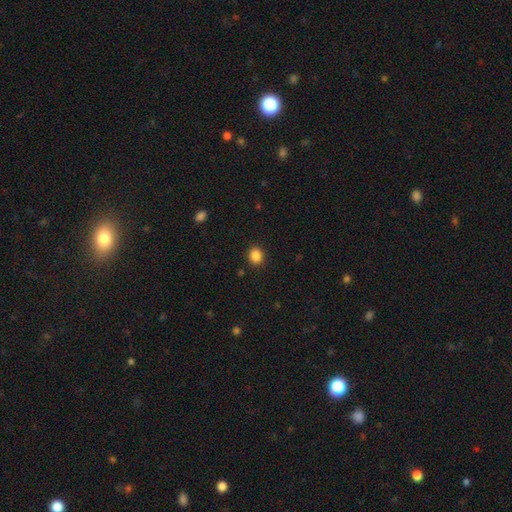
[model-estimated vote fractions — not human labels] smooth 86%, star or artifact 10%, featured or disk 4%. Down the decision tree: how rounded — round (72%); merging — none (90%).